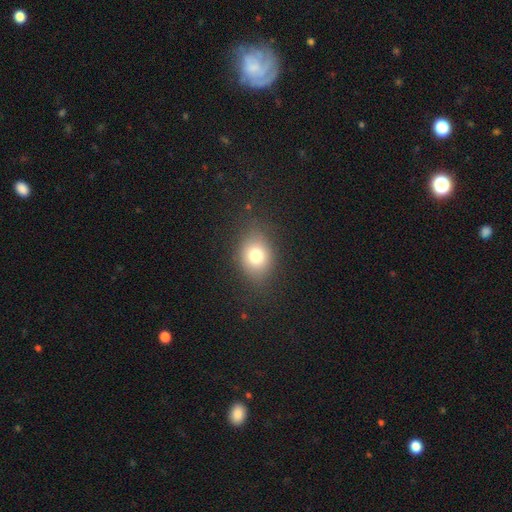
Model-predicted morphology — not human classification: A smooth galaxy with no disk features (76%) that is in between round and cigar-shaped (56%).

Vote fractions:
- Smooth or featured? smooth: 76% / star or artifact: 12% / featured or disk: 11%
- How rounded? in between: 56% / round: 43% / cigar-shaped: 1%
- Merging? none: 77% / minor disturbance: 15% / major disturbance: 6% / merger: 1%